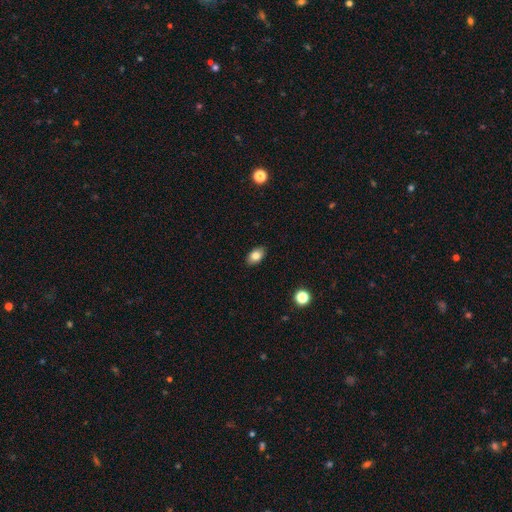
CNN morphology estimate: A smooth galaxy with no disk features (82%) that is in between round and cigar-shaped (87%). Merging: none (88%).